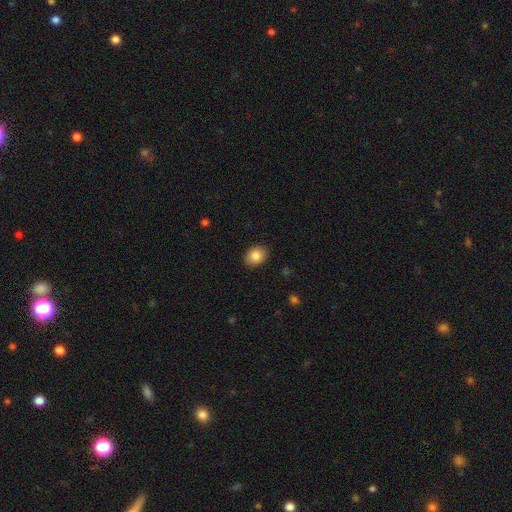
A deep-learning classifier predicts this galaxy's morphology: This appears to be a smooth galaxy with no disk features (85%) that is in between round and cigar-shaped (59%). Merging: none (89%).